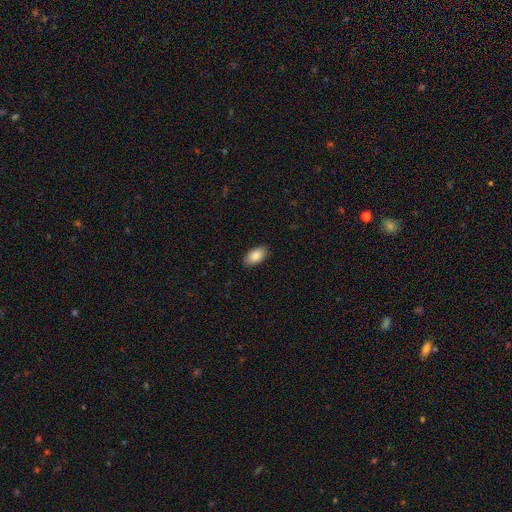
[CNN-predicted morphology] This is clearly a smooth galaxy (87%). How rounded: clearly in between (94%). Merging: clearly none (89%).